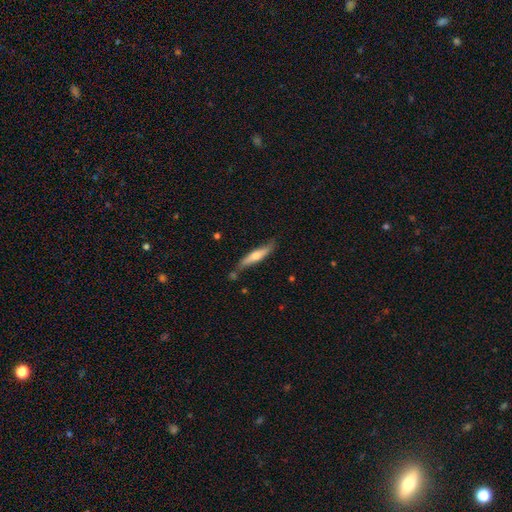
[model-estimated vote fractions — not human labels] Smooth or featured: smooth — 47% (tied with featured or disk — 47%)
Merging: none — 76% (minor disturbance — 17%)